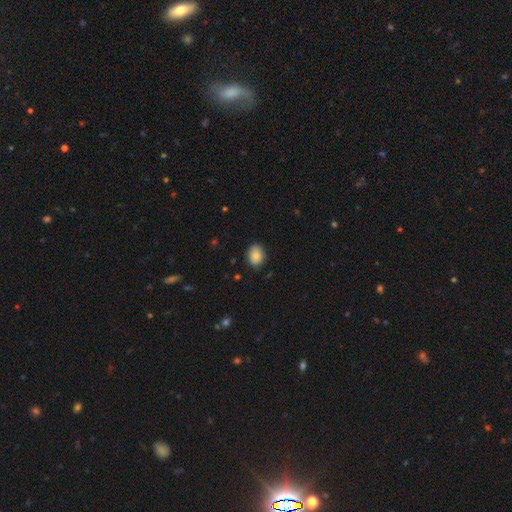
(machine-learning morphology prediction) A smooth galaxy with no disk features (85%) that is in between round and cigar-shaped (64%). Merging: none (84%).